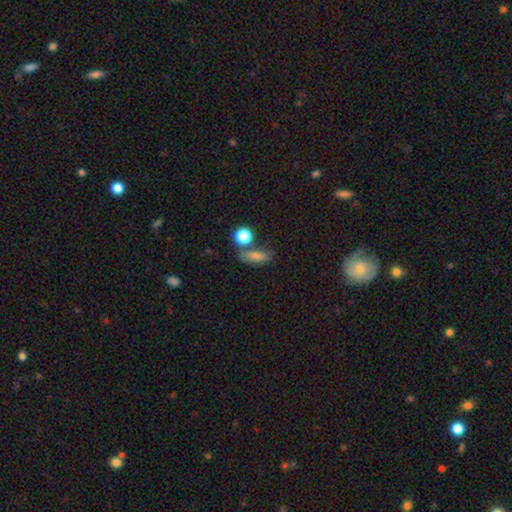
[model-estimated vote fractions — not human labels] smooth_or_featured: smooth (p=0.65) [alt: star or artifact p=0.18]
how_rounded: in between (p=0.58) [alt: cigar-shaped p=0.26]
merging: none (p=0.61) [alt: minor disturbance p=0.17]